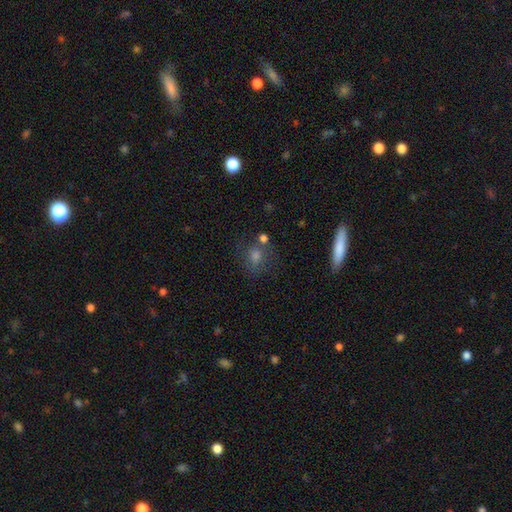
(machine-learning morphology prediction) smooth-or-featured: smooth: 60% | star or artifact: 22% | featured or disk: 19%
  how-rounded: round: 64% | in between: 30% | cigar-shaped: 6%
  merging: none: 73% | minor disturbance: 13% | merger: 9% | major disturbance: 6%